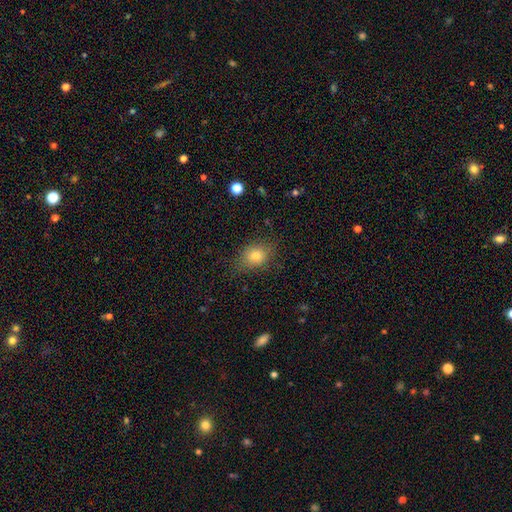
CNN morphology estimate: smooth-or-featured: smooth: 77% | star or artifact: 12% | featured or disk: 11%
  how-rounded: in between: 57% | round: 41% | cigar-shaped: 2%
  merging: none: 78% | minor disturbance: 16% | major disturbance: 5% | merger: 1%